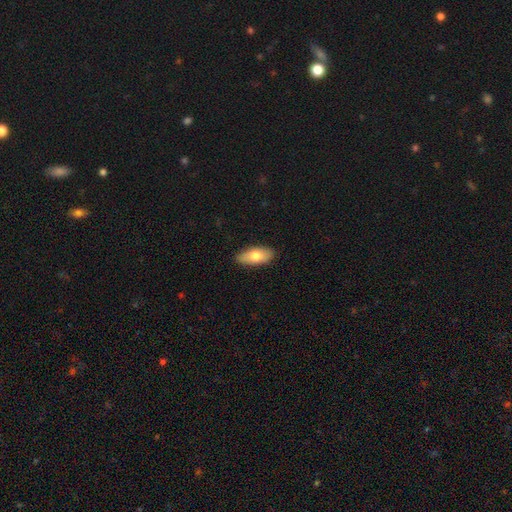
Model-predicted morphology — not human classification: Q: Smooth or featured?
A: smooth (78%); runner-up: featured or disk (16%)
Q: How rounded?
A: in between (86%); runner-up: cigar-shaped (11%)
Q: Merging?
A: none (87%); runner-up: minor disturbance (10%)